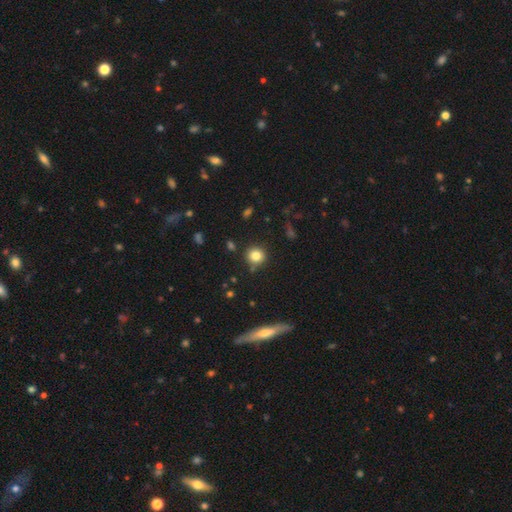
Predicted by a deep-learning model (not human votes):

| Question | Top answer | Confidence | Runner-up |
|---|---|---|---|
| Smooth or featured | smooth | 82% | star or artifact (12%) |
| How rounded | round | 90% | in between (9%) |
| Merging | none | 85% | minor disturbance (9%) |